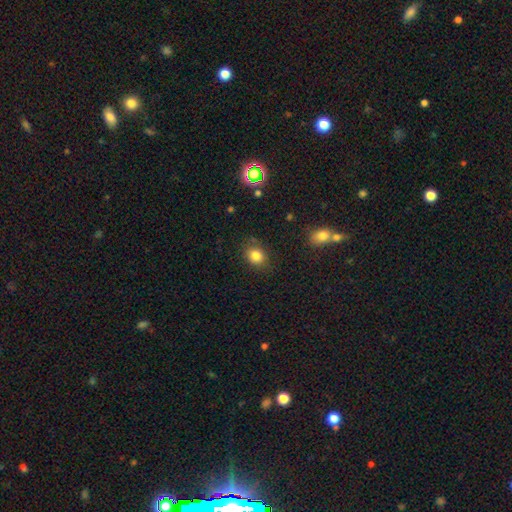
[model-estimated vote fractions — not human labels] This is clearly a smooth galaxy (82%). How rounded: likely round (61%). Merging: likely none (79%).